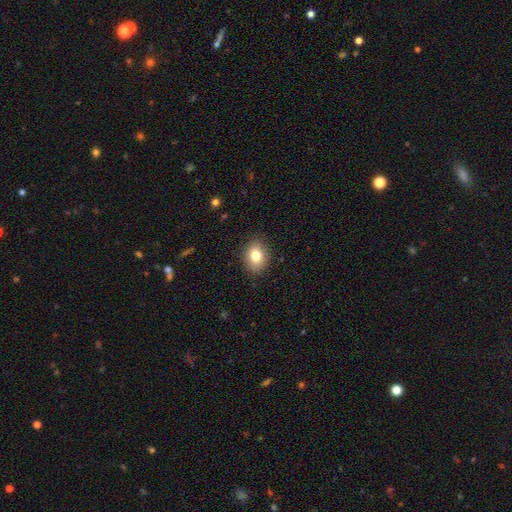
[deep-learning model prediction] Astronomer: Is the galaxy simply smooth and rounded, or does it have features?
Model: smooth — 80%.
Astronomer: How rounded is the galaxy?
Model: in between — 64%.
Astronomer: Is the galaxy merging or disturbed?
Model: none — 87%.